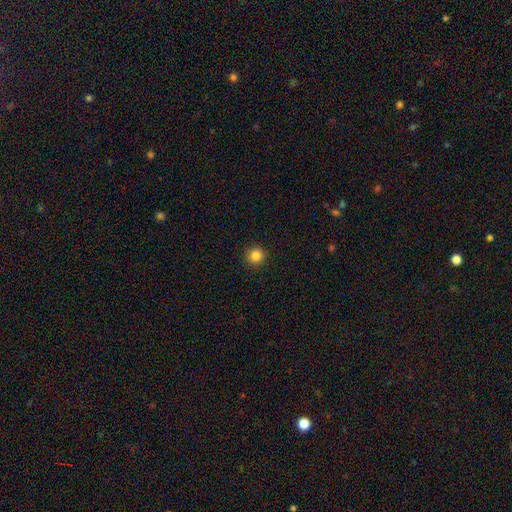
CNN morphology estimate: This is clearly a smooth galaxy (85%). How rounded: clearly round (95%). Merging: clearly none (93%).